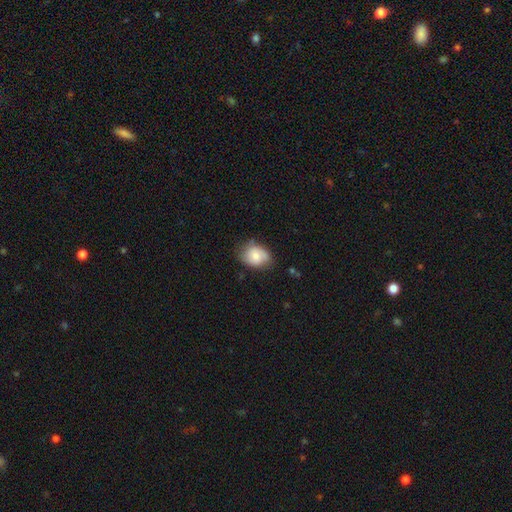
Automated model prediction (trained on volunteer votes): Q: Smooth or featured?
A: smooth (73%); runner-up: featured or disk (19%)
Q: How rounded?
A: in between (64%); runner-up: round (35%)
Q: Merging?
A: none (63%); runner-up: minor disturbance (29%)